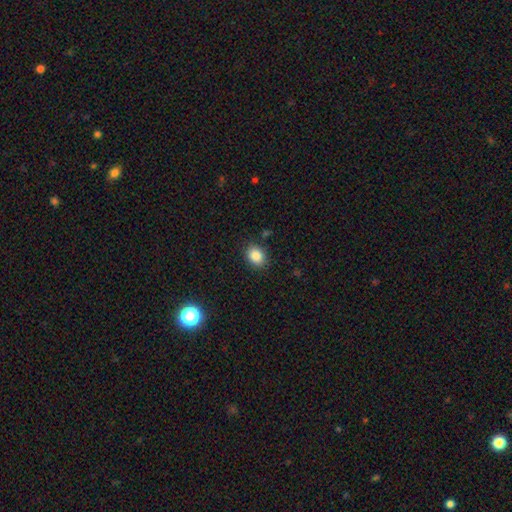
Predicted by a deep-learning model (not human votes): A smooth galaxy with no disk features (86%) that is in between round and cigar-shaped (56%).

Vote fractions:
- Smooth or featured? smooth: 86% / star or artifact: 9% / featured or disk: 4%
- How rounded? in between: 56% / round: 43% / cigar-shaped: 1%
- Merging? none: 86% / minor disturbance: 10% / major disturbance: 3% / merger: 2%